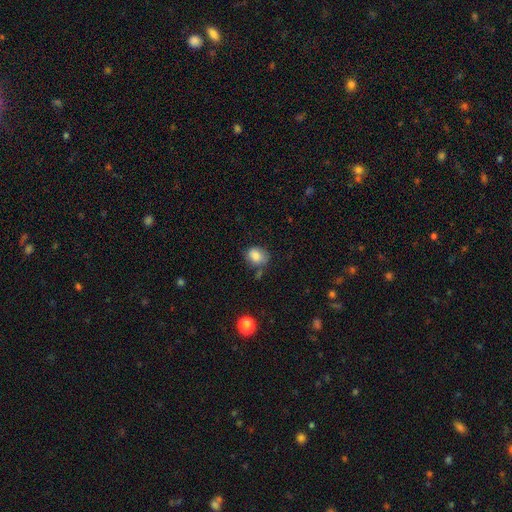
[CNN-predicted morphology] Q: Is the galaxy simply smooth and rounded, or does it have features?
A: smooth — 82%.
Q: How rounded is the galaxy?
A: in between — 52%.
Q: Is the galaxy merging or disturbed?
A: none — 58%.